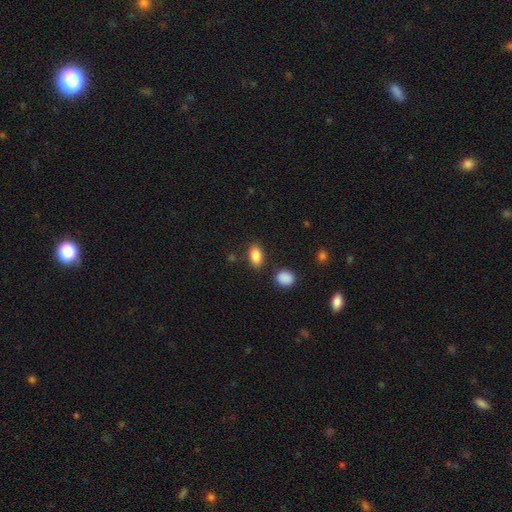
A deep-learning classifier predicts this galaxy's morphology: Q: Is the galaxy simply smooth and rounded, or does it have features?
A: smooth — 87%.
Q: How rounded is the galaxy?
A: in between — 89%.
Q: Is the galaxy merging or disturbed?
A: none — 82%.